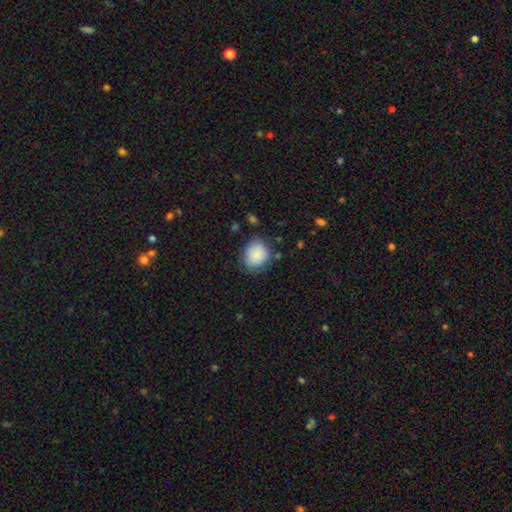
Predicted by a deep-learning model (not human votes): smooth-or-featured: smooth: 87% | star or artifact: 7% | featured or disk: 6%
  how-rounded: round: 62% | in between: 37% | cigar-shaped: 1%
  merging: none: 68% | minor disturbance: 23% | major disturbance: 6% | merger: 3%